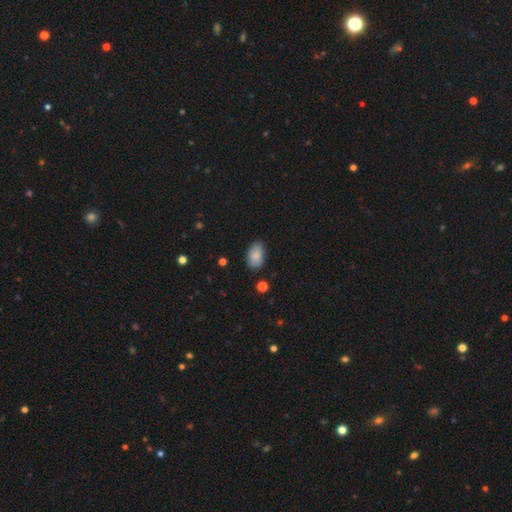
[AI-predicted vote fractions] A smooth galaxy with no disk features (84%) that is in between round and cigar-shaped (92%). Merging: none (78%).